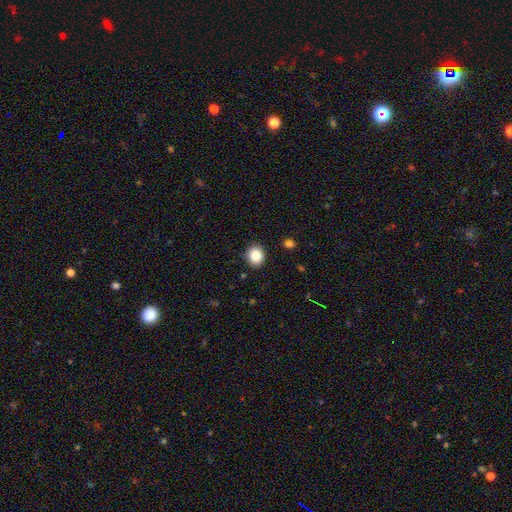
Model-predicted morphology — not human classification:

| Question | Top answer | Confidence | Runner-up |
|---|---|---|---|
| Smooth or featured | smooth | 86% | star or artifact (9%) |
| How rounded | round | 72% | in between (27%) |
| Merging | none | 91% | minor disturbance (6%) |